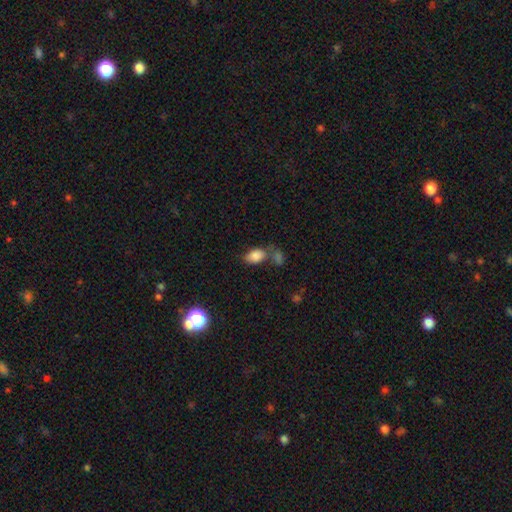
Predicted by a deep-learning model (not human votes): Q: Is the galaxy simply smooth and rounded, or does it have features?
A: smooth — 84%.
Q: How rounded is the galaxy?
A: in between — 91%.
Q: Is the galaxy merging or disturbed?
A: none — 47%.